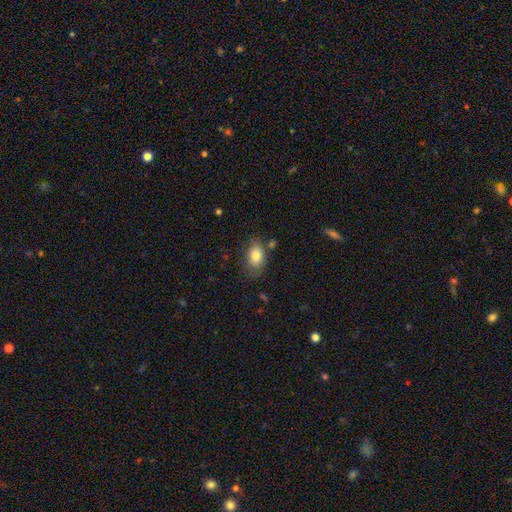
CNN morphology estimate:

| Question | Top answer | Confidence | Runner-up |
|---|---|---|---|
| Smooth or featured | smooth | 82% | featured or disk (10%) |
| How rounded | in between | 85% | round (13%) |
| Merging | none | 70% | minor disturbance (19%) |